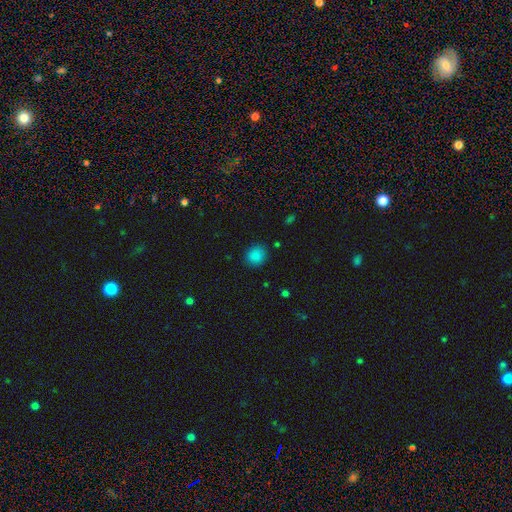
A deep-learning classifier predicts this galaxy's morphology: This is clearly a smooth galaxy (85%). How rounded: clearly round (82%). Merging: clearly none (88%).